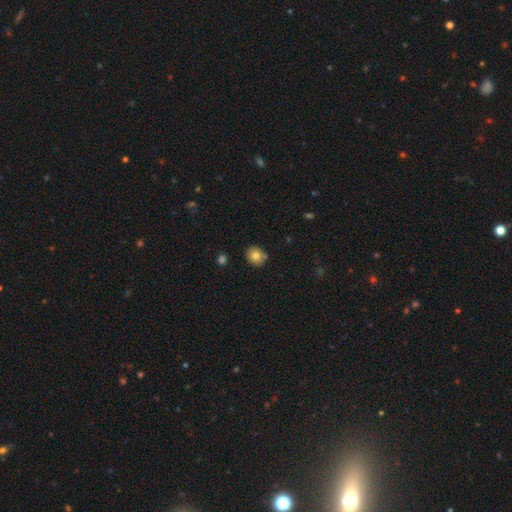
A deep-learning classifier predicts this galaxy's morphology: Smooth or featured: smooth — 77% (featured or disk — 14%)
How rounded: round — 68% (in between — 31%)
Merging: none — 79% (minor disturbance — 13%)